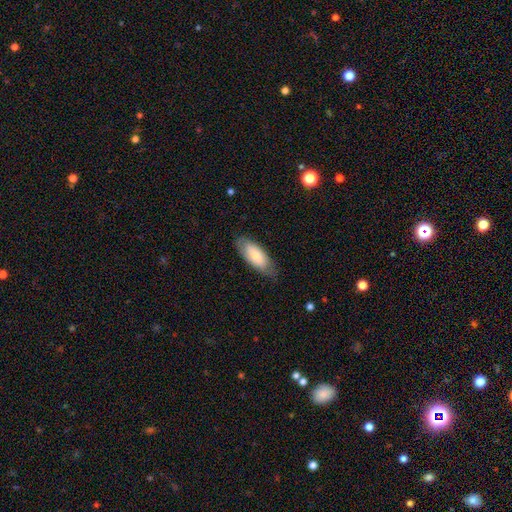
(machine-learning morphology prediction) A smooth galaxy with no disk features (71%) that is in between round and cigar-shaped (81%).

Vote fractions:
- Smooth or featured? smooth: 71% / featured or disk: 23% / star or artifact: 6%
- How rounded? in between: 81% / cigar-shaped: 17% / round: 2%
- Merging? none: 74% / minor disturbance: 21% / major disturbance: 5% / merger: 1%